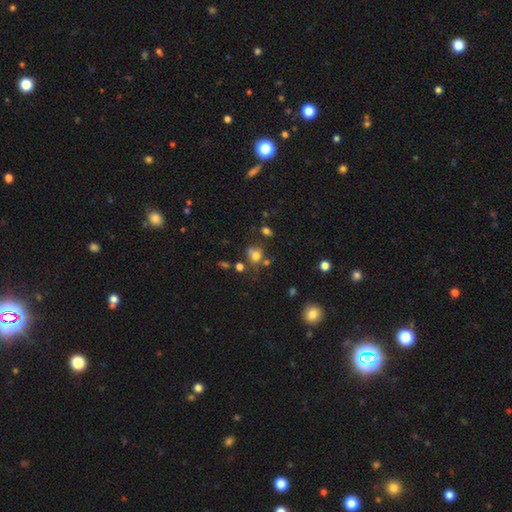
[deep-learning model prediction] Overall: smooth (71%). How rounded: round (70%). Merging: none (54%; merger 21%).